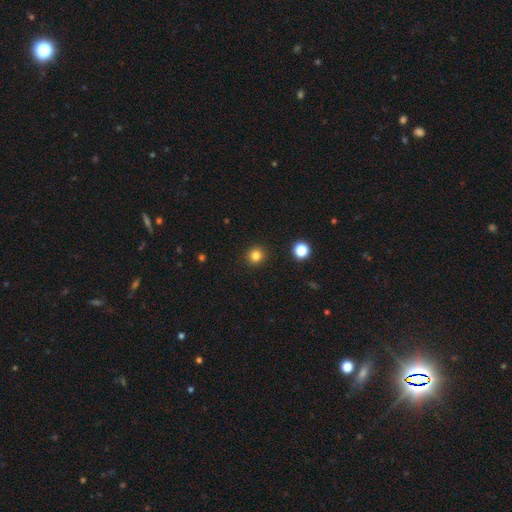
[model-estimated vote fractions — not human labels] Smooth or featured? Predicted: smooth (p=0.82). How rounded? Predicted: round (p=0.91). Merging? Predicted: none (p=0.92).